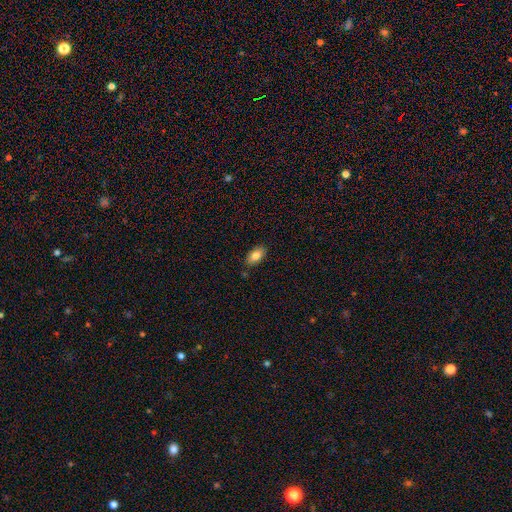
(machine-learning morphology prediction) Smooth or featured?
  - smooth: 81% *
  - featured or disk: 12%
  - star or artifact: 7%
How rounded?
  - in between: 92% *
  - round: 5%
  - cigar-shaped: 3%
Merging?
  - none: 83% *
  - minor disturbance: 13%
  - merger: 2%
  - major disturbance: 2%